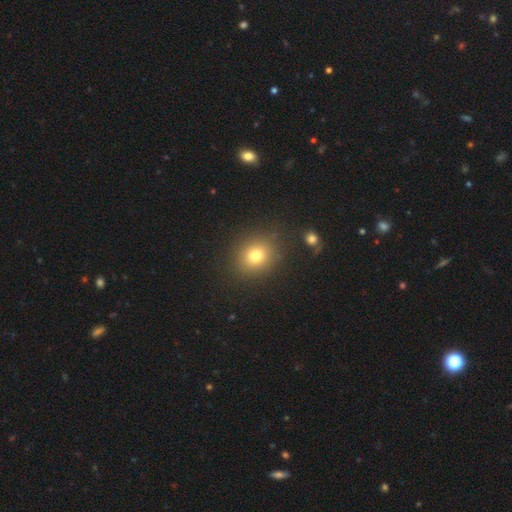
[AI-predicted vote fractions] Morphology: type=smooth (77%); roundness=round (71%); merging=none (86%).